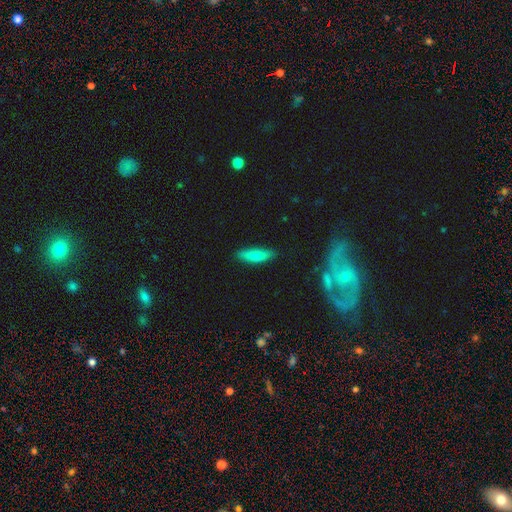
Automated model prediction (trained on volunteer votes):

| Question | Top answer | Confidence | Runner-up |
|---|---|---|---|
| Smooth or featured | smooth | 77% | featured or disk (17%) |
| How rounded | cigar-shaped | 65% | in between (33%) |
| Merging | none | 84% | minor disturbance (12%) |